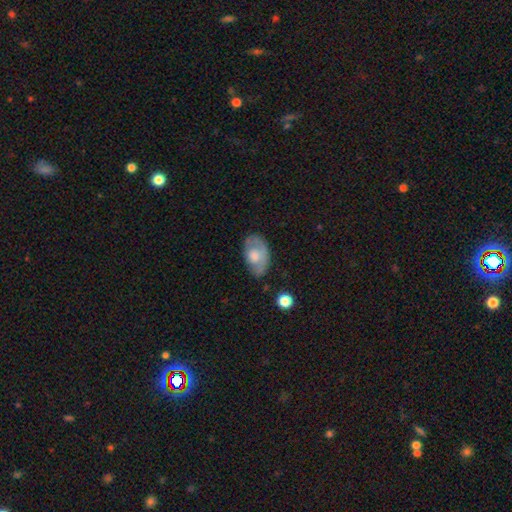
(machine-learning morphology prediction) Overall: smooth (61%; featured or disk 33%). How rounded: in between (90%). Merging: none (58%; minor disturbance 29%).